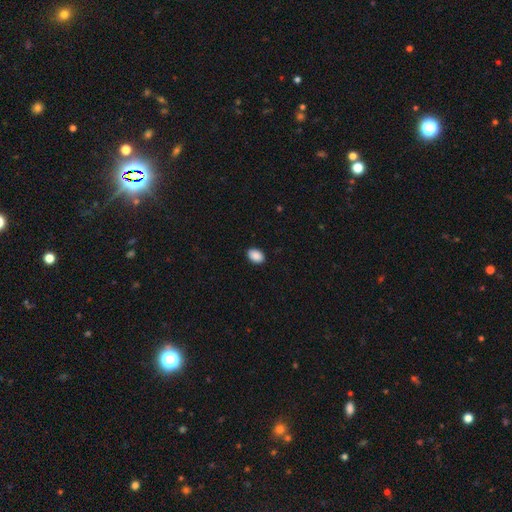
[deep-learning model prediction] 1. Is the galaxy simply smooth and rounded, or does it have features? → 90% smooth, 7% star or artifact, 3% featured or disk.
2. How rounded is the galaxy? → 85% in between, 14% round, 1% cigar-shaped.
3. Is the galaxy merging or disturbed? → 89% none, 8% minor disturbance, 2% major disturbance, 1% merger.